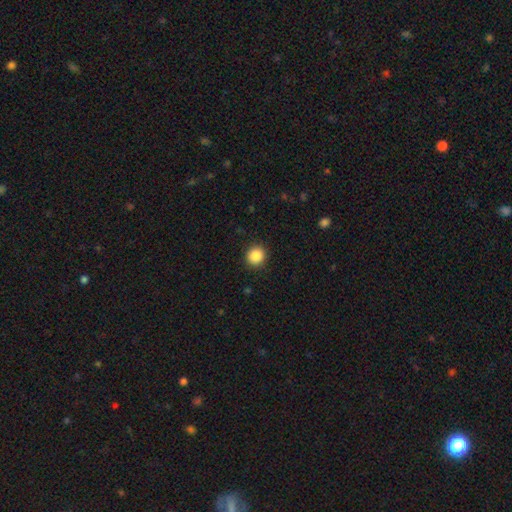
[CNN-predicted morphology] Smooth or featured? smooth (87%)
How rounded? round (89%)
Merging? none (91%)